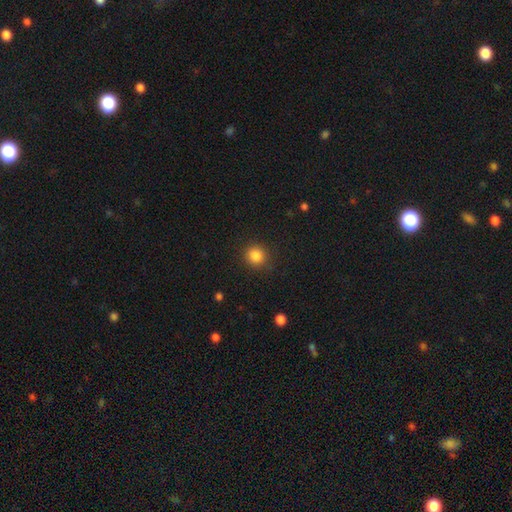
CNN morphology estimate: smooth-or-featured: smooth: 85% | star or artifact: 11% | featured or disk: 4%
  how-rounded: round: 90% | in between: 9% | cigar-shaped: 1%
  merging: none: 88% | minor disturbance: 8% | major disturbance: 3% | merger: 1%